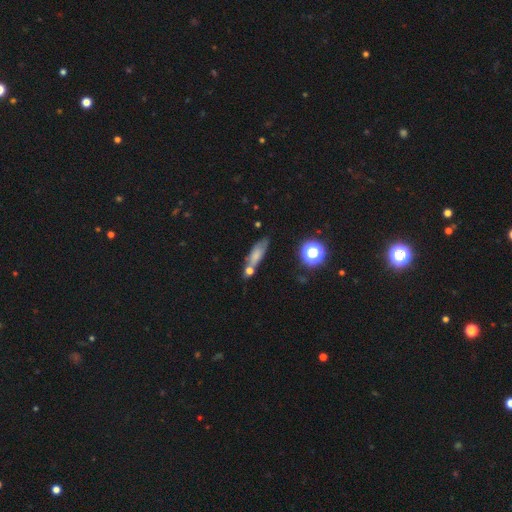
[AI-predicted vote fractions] Smooth or featured? Predicted: smooth (p=0.64). How rounded? Predicted: cigar-shaped (p=0.52). Merging? Predicted: none (p=0.55).